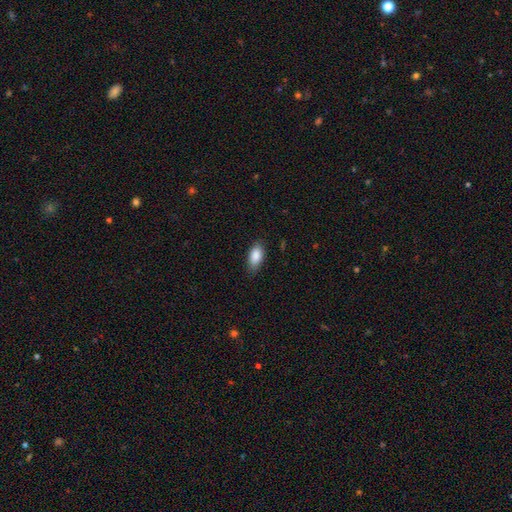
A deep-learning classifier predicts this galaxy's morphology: Smooth or featured? Predicted: smooth (p=0.88). How rounded? Predicted: in between (p=0.90). Merging? Predicted: none (p=0.81).